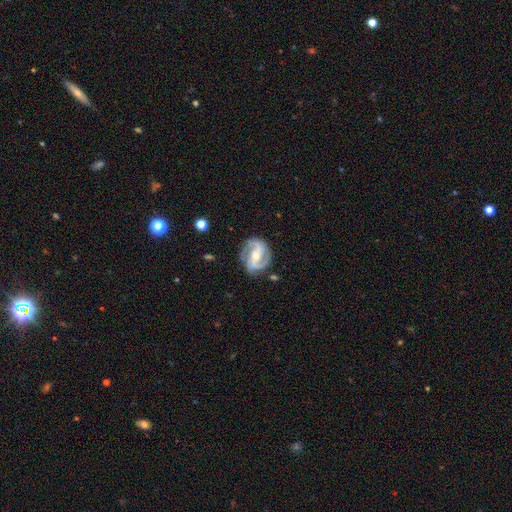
Smooth or featured?
  - featured or disk: 87% *
  - smooth: 10%
  - star or artifact: 3%
Edge-on disk?
  - no: 100% *
  - yes: 0%
Bar?
  - weak: 38% *
  - strong: 35%
  - no: 26%
Spiral arms?
  - yes: 100% *
  - no: 0%
Spiral winding?
  - medium: 50% *
  - tight: 26%
  - loose: 24%
Spiral arm count?
  - 2: 85% *
  - 3: 6%
  - can't tell: 6%
  - 4: 3%
  - 1: 0%
  - more than 4: 0%
Bulge size?
  - small: 50% *
  - moderate: 44%
  - dominant: 3%
  - none: 3%
  - large: 0%
Merging?
  - none: 82% *
  - minor disturbance: 13%
  - major disturbance: 5%
  - merger: 0%